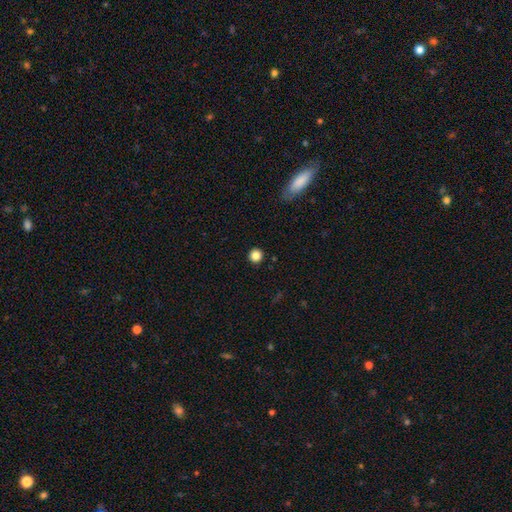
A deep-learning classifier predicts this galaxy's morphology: Smooth or featured? Predicted: smooth (p=0.85). How rounded? Predicted: round (p=0.95). Merging? Predicted: none (p=0.93).